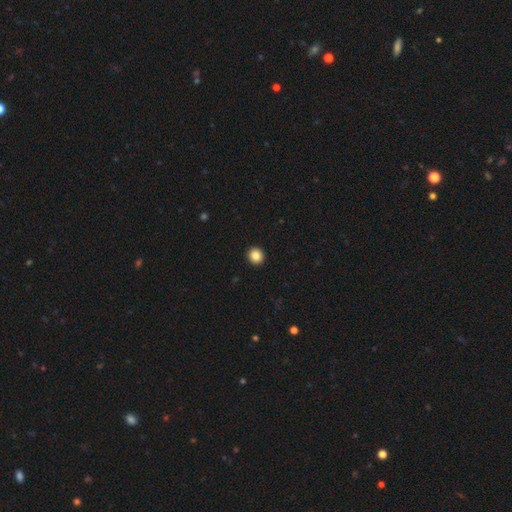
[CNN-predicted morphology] Smooth or featured?
  - smooth: 85% *
  - star or artifact: 10%
  - featured or disk: 5%
How rounded?
  - round: 93% *
  - in between: 6%
  - cigar-shaped: 1%
Merging?
  - none: 94% *
  - minor disturbance: 4%
  - major disturbance: 1%
  - merger: 1%